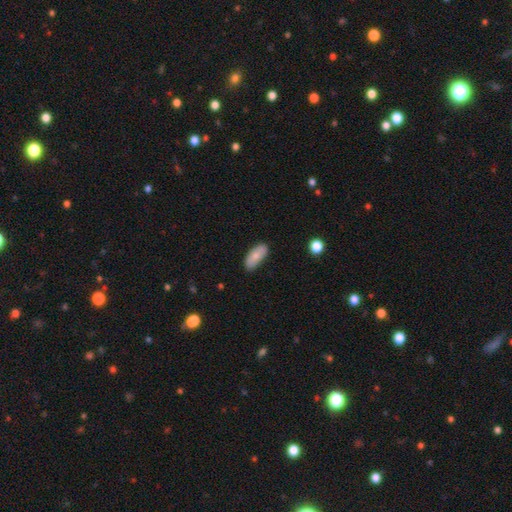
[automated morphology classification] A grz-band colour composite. It shows a smooth galaxy with no disk features (78%) that is in between round and cigar-shaped (87%). Merging: none (79%).